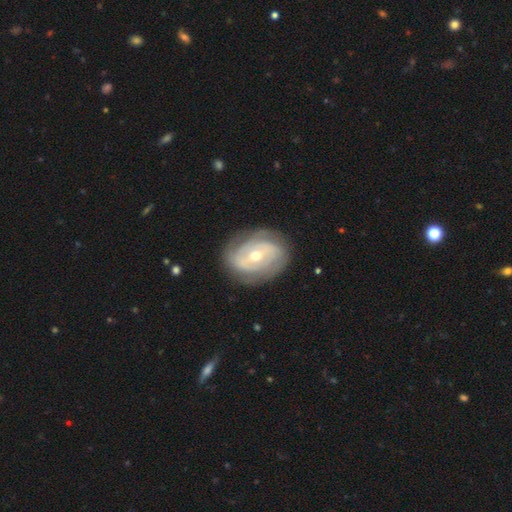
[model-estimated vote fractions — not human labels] Smooth or featured: featured or disk — 79% (smooth — 15%)
Edge-on disk: no — 96% (yes — 4%)
Bar: no — 46% (weak — 35%)
Spiral arms: yes — 84% (no — 16%)
Spiral winding: tight — 62% (medium — 28%)
Spiral arm count: 2 — 46% (can't tell — 30%)
Bulge size: moderate — 51% (small — 46%)
Merging: none — 77% (minor disturbance — 16%)